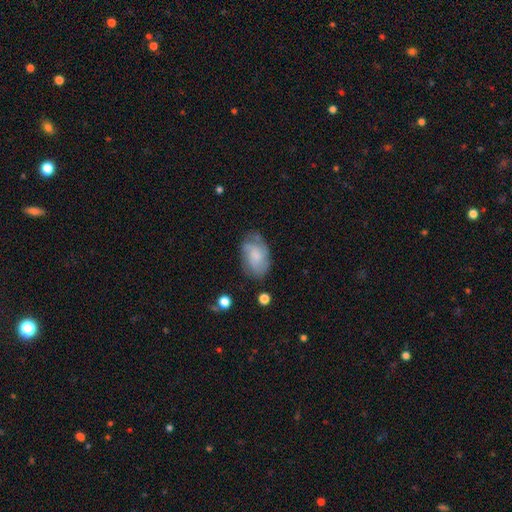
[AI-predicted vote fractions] smooth 51%, featured or disk 42%, star or artifact 8%. Down the decision tree: how rounded — in between (91%); merging — none (63%).